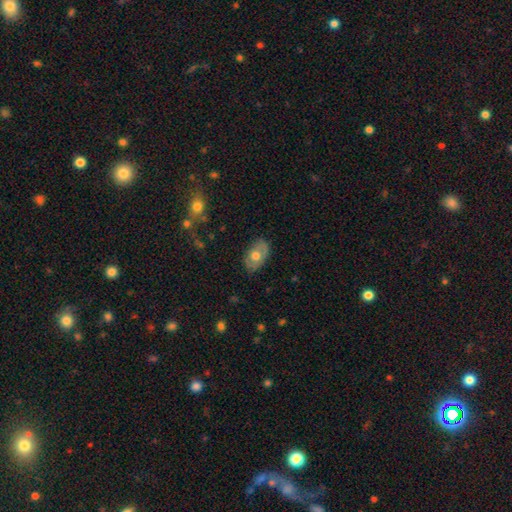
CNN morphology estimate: smooth-or-featured: smooth: 58% | featured or disk: 35% | star or artifact: 7%
  how-rounded: in between: 86% | round: 12% | cigar-shaped: 1%
  merging: none: 75% | minor disturbance: 19% | major disturbance: 5% | merger: 1%